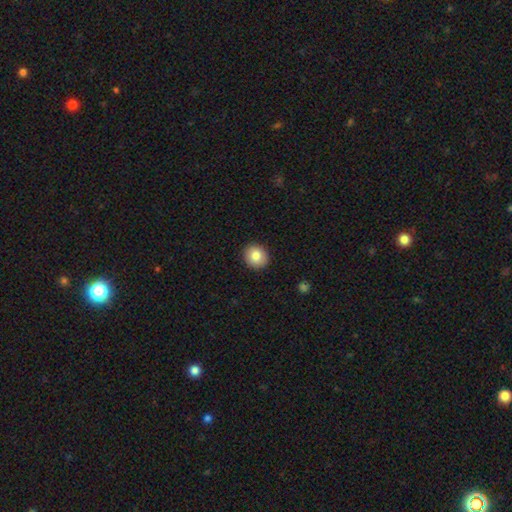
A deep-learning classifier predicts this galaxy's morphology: Q: Smooth or featured?
A: smooth (84%); runner-up: star or artifact (8%)
Q: How rounded?
A: round (85%); runner-up: in between (14%)
Q: Merging?
A: none (92%); runner-up: minor disturbance (6%)